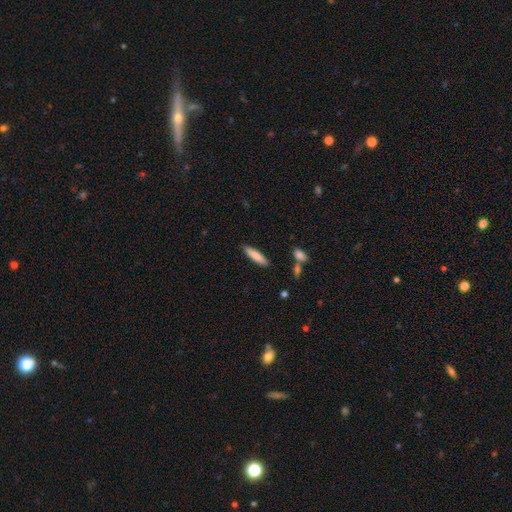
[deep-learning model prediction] Smooth or featured: smooth — 82% (featured or disk — 12%)
How rounded: cigar-shaped — 76% (in between — 23%)
Merging: none — 86% (minor disturbance — 9%)